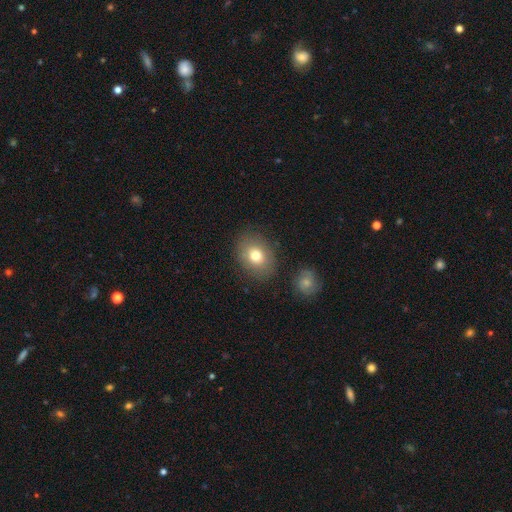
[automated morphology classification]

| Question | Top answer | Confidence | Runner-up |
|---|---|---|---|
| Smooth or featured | smooth | 76% | featured or disk (14%) |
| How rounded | in between | 57% | round (43%) |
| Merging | none | 82% | minor disturbance (11%) |